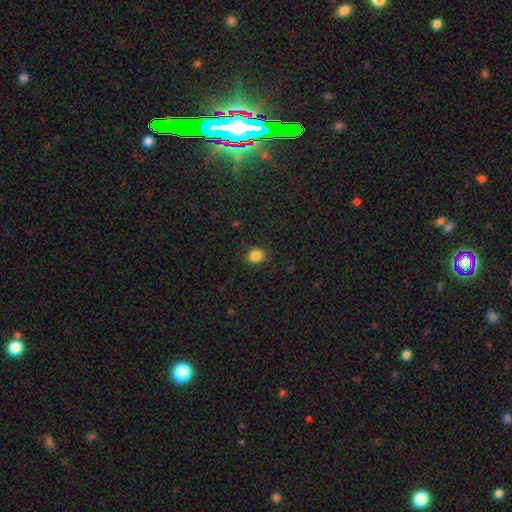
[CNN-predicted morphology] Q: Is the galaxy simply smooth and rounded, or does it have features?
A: smooth — 86%.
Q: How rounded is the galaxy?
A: round — 73%.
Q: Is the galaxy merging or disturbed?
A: none — 90%.